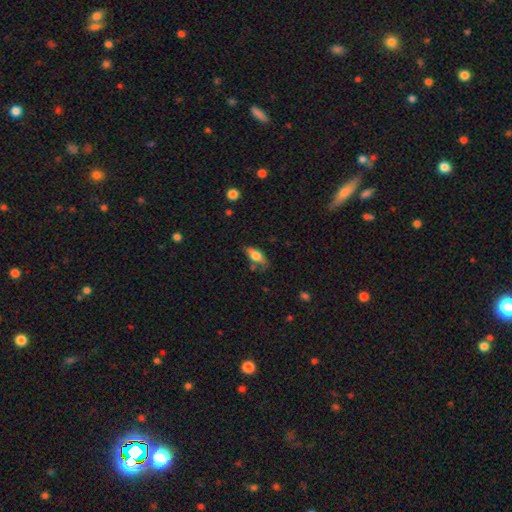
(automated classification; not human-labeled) Smooth or featured?
  - smooth: 68% *
  - featured or disk: 25%
  - star or artifact: 7%
How rounded?
  - in between: 77% *
  - cigar-shaped: 19%
  - round: 4%
Merging?
  - none: 57% *
  - minor disturbance: 27%
  - major disturbance: 9%
  - merger: 7%